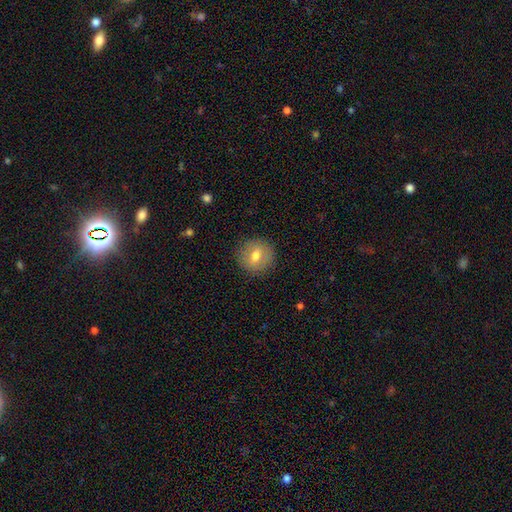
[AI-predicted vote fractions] Morphology: type=smooth (66%); roundness=round (87%); merging=none (87%).